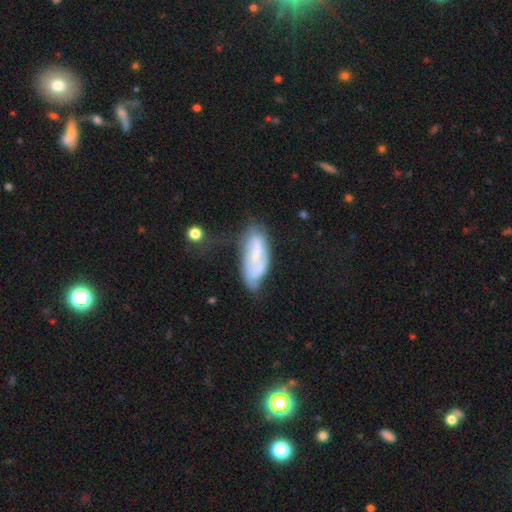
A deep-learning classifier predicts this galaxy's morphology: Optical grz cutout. It shows a featured or disk galaxy (46%). Merging: none (39%).